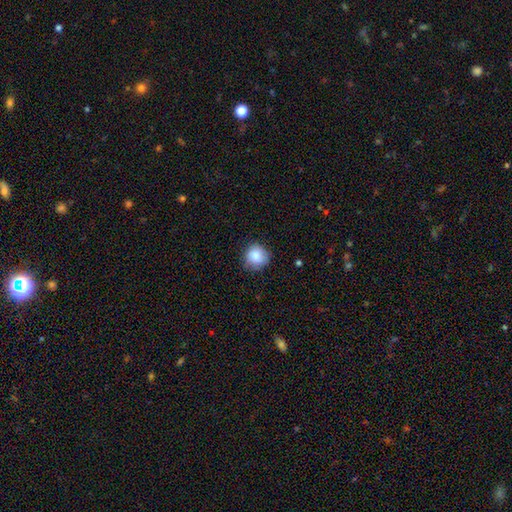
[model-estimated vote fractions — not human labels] Smooth or featured? Predicted: smooth (p=0.84). How rounded? Predicted: round (p=0.91). Merging? Predicted: none (p=0.76).